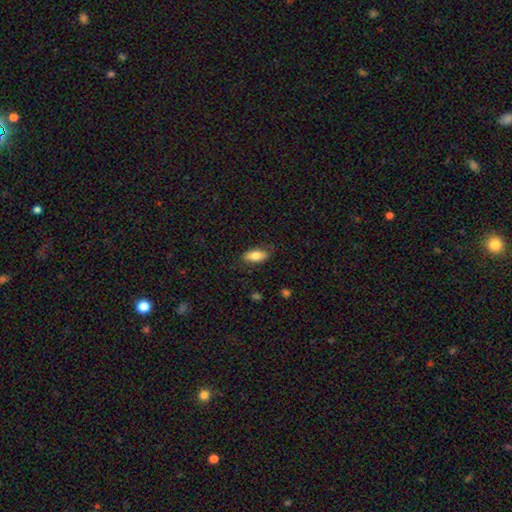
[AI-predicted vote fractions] This is clearly a smooth galaxy (80%). How rounded: clearly in between (87%). Merging: likely none (80%).